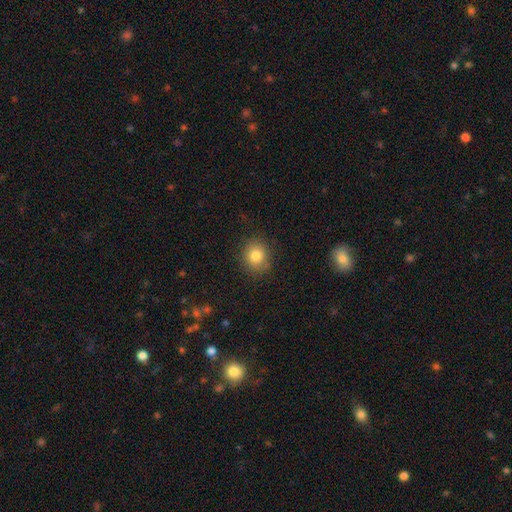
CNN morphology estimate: Smooth or featured: smooth — 83% (star or artifact — 10%)
How rounded: round — 81% (in between — 19%)
Merging: none — 83% (minor disturbance — 12%)